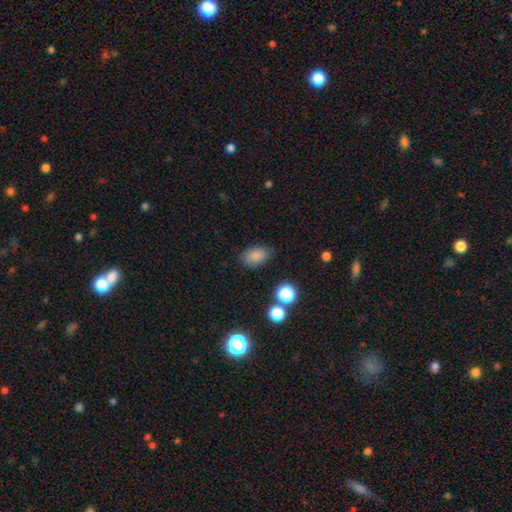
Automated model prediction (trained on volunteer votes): Morphology: type=smooth (83%); roundness=in between (86%); merging=none (79%).